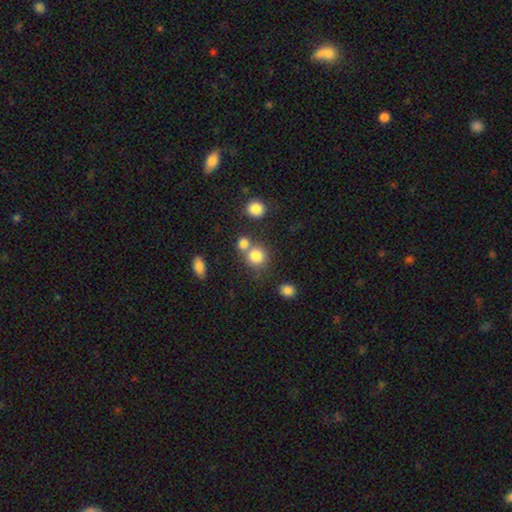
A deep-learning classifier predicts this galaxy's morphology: Q: Smooth or featured?
A: smooth (81%); runner-up: star or artifact (11%)
Q: How rounded?
A: round (85%); runner-up: in between (14%)
Q: Merging?
A: none (52%); runner-up: merger (35%)